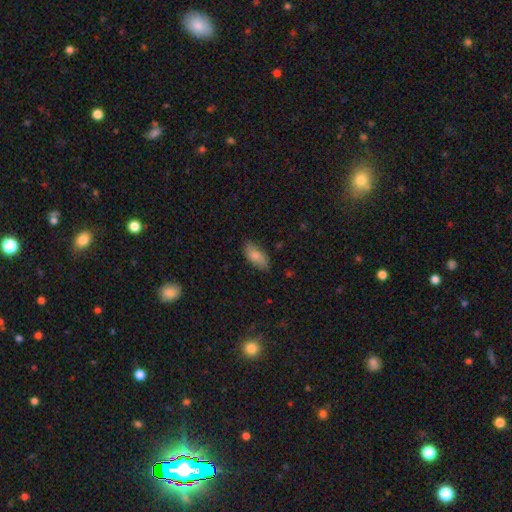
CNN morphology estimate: Smooth or featured? smooth (83%)
How rounded? in between (89%)
Merging? none (80%)